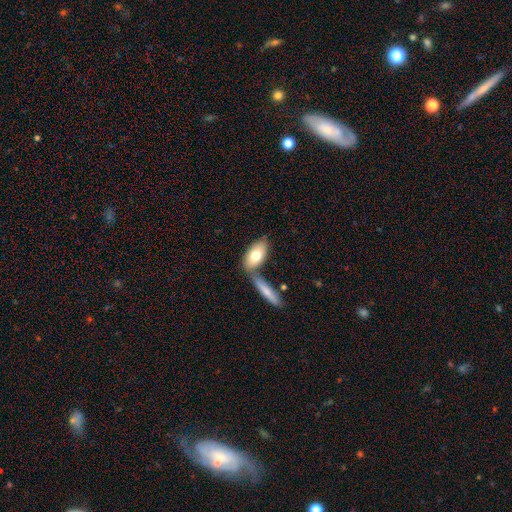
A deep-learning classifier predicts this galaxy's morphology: Overall: smooth (73%). How rounded: in between (87%). Merging: none (54%; merger 29%).